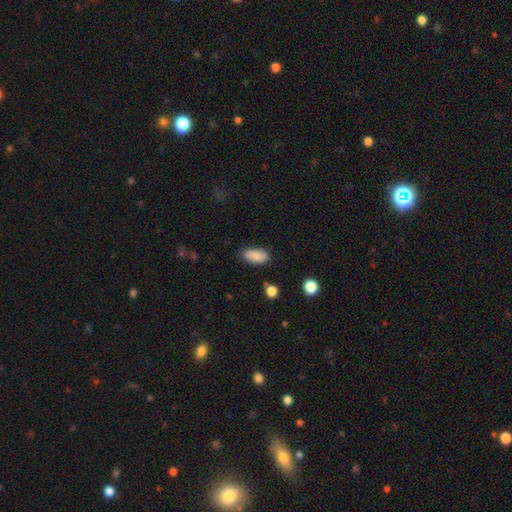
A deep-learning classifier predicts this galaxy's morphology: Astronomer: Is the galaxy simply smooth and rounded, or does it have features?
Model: smooth — 83%.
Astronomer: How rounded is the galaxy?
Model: in between — 92%.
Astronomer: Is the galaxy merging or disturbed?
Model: none — 80%.